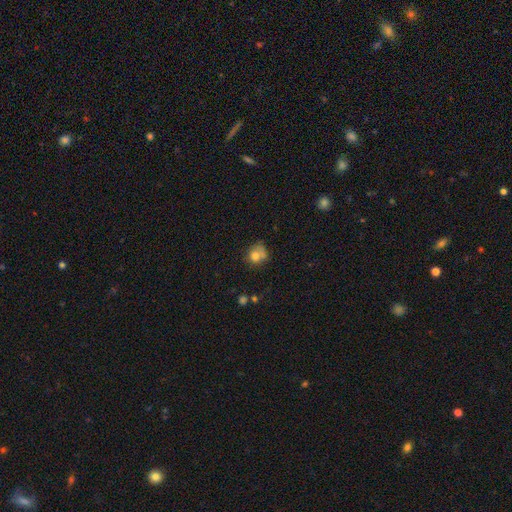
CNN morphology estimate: This appears to be a smooth galaxy with no disk features (74%) that is round (70%). Merging: none (40%).